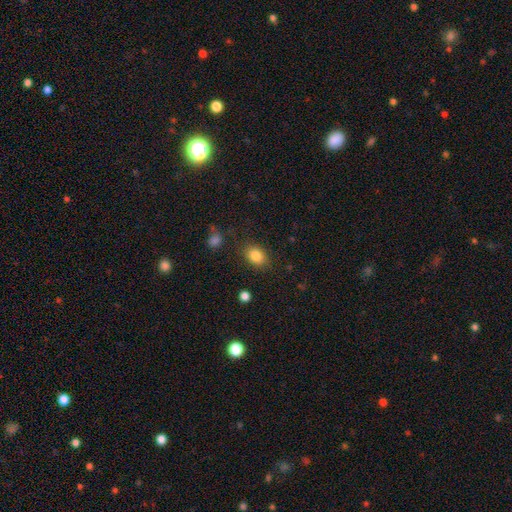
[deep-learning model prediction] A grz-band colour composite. It shows a smooth galaxy with no disk features (85%) that is in between round and cigar-shaped (67%). Merging: none (81%).